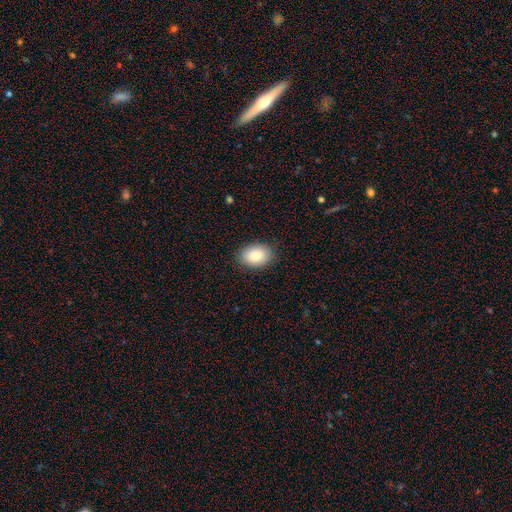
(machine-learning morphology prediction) This appears to be a smooth galaxy with no disk features (84%) that is in between round and cigar-shaped (78%). Merging: none (87%).